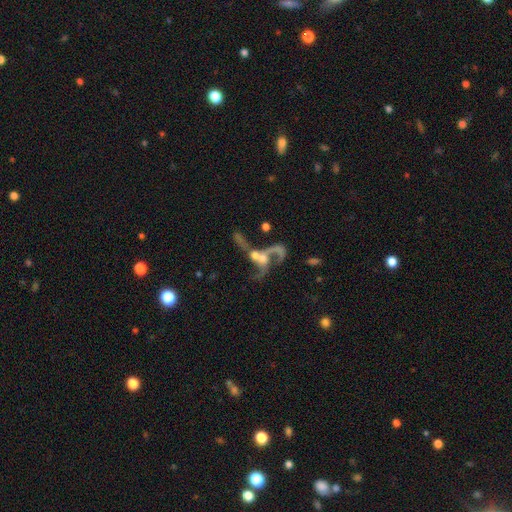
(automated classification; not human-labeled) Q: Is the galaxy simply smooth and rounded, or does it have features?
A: featured or disk — 66%.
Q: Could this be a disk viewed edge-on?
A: no — 95%.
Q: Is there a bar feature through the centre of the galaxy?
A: no — 73%.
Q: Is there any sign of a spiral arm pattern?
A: yes — 63%.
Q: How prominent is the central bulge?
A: moderate — 41%.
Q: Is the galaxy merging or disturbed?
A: merger — 62%.